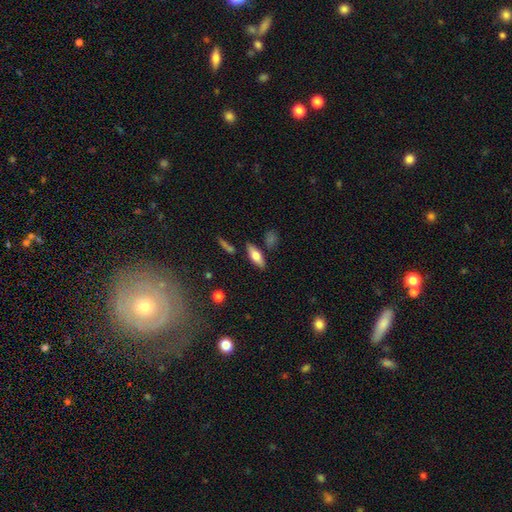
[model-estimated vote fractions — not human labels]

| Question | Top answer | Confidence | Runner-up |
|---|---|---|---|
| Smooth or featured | smooth | 61% | featured or disk (32%) |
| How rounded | in between | 62% | cigar-shaped (35%) |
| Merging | none | 80% | minor disturbance (11%) |